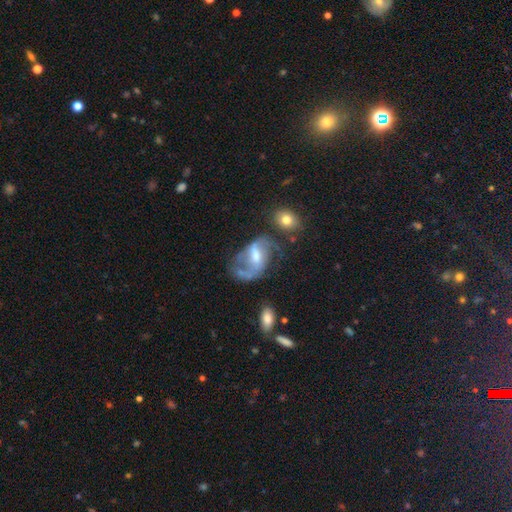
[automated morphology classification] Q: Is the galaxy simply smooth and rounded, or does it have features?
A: featured or disk — 74%.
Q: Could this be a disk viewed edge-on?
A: no — 96%.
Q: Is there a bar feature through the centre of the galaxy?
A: weak — 51%.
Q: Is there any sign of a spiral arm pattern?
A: yes — 82%.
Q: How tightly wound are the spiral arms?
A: loose — 56%.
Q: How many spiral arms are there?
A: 2 — 78%.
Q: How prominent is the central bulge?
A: moderate — 53%.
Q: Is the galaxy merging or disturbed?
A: none — 40%.